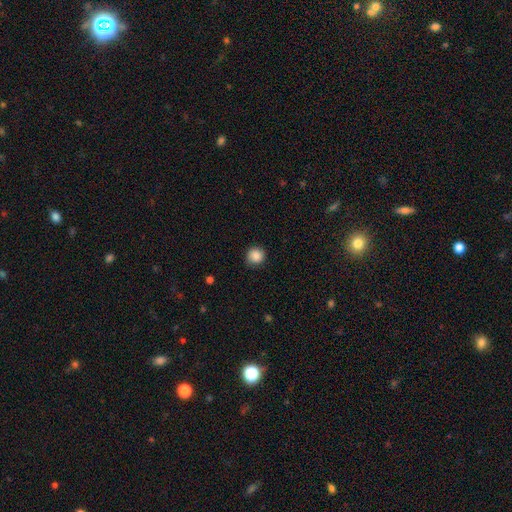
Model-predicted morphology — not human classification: Smooth or featured: smooth — 87% (star or artifact — 9%)
How rounded: round — 92% (in between — 7%)
Merging: none — 82% (minor disturbance — 14%)